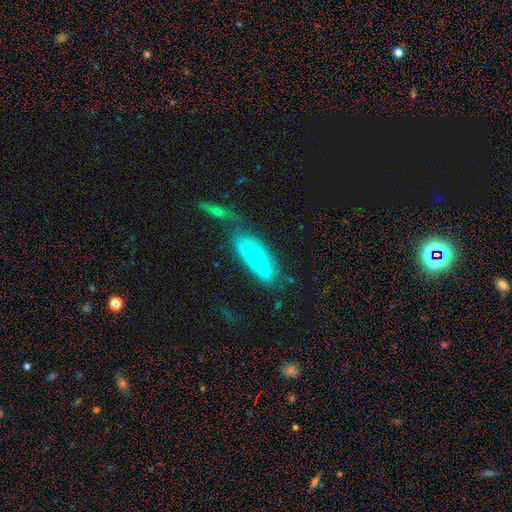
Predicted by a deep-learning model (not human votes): A smooth galaxy with no disk features (48%). Merging: none (45%).